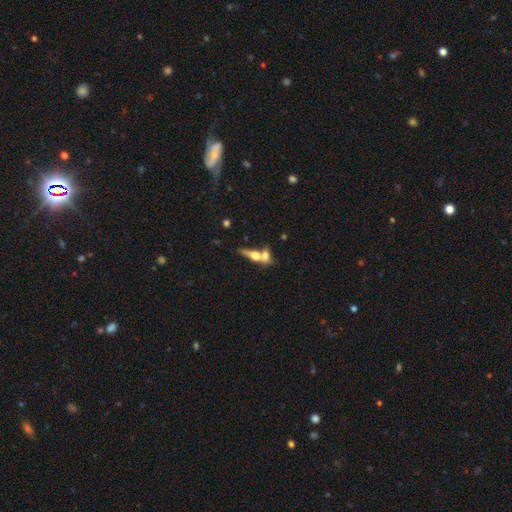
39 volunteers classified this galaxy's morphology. Smooth or featured? featured or disk (74%)
Edge-on disk? yes (79%)
Edge-on bulge? rounded (100%)
Merging? none (50%)